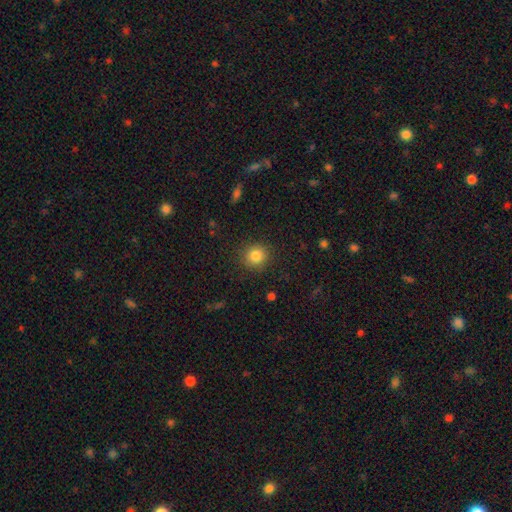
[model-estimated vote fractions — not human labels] Overall: smooth (84%). How rounded: round (90%). Merging: none (90%).